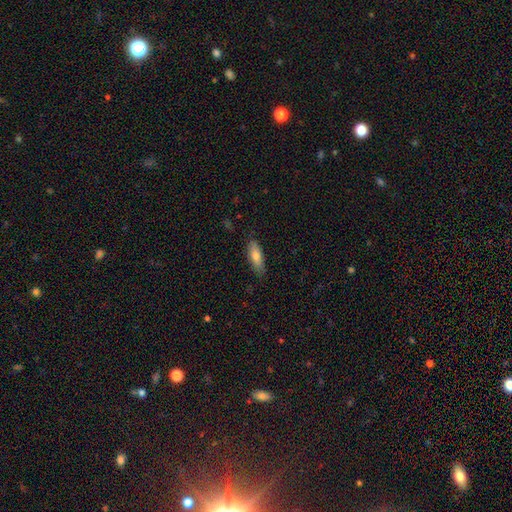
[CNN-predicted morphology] Smooth or featured? smooth (74%)
How rounded? in between (56%)
Merging? none (82%)